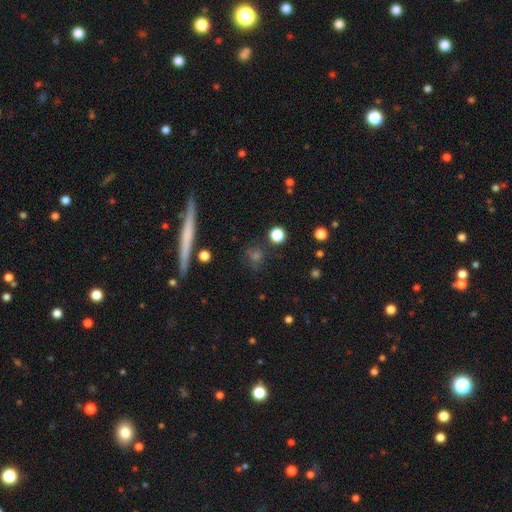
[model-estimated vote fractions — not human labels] This is likely a smooth galaxy (63%). How rounded: likely round (70%). Merging: clearly none (83%).